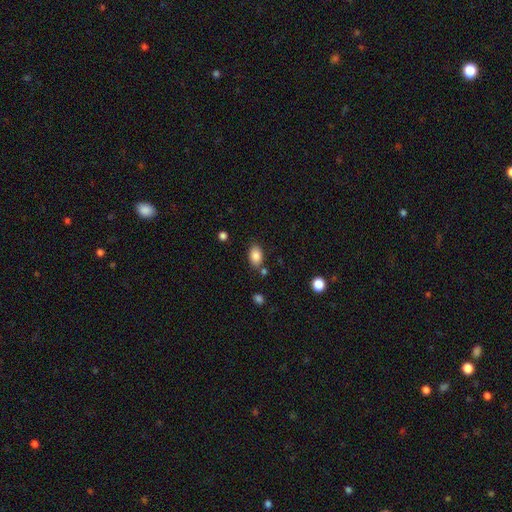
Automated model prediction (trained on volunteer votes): Smooth or featured? smooth (86%)
How rounded? in between (87%)
Merging? none (76%)